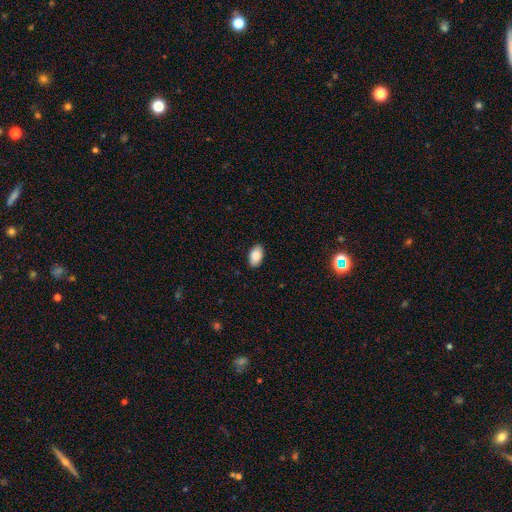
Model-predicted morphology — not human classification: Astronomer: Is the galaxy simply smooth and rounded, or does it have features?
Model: smooth — 88%.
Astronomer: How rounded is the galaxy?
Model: in between — 94%.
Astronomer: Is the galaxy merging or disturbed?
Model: none — 89%.